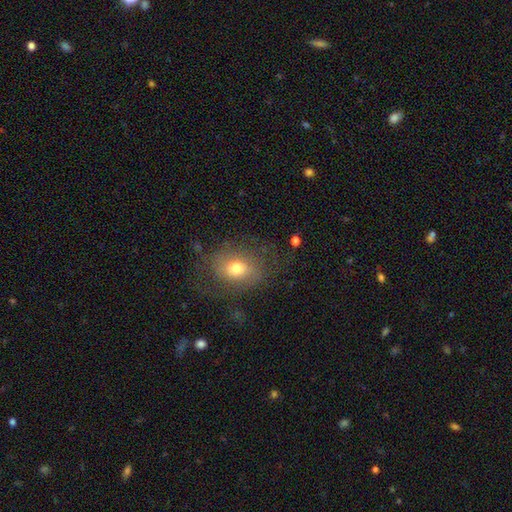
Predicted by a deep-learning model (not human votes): A smooth galaxy with no disk features (60%) that is in between round and cigar-shaped (55%).

Vote fractions:
- Smooth or featured? smooth: 60% / featured or disk: 21% / star or artifact: 19%
- How rounded? in between: 55% / round: 44% / cigar-shaped: 1%
- Merging? none: 76% / minor disturbance: 15% / major disturbance: 7% / merger: 2%